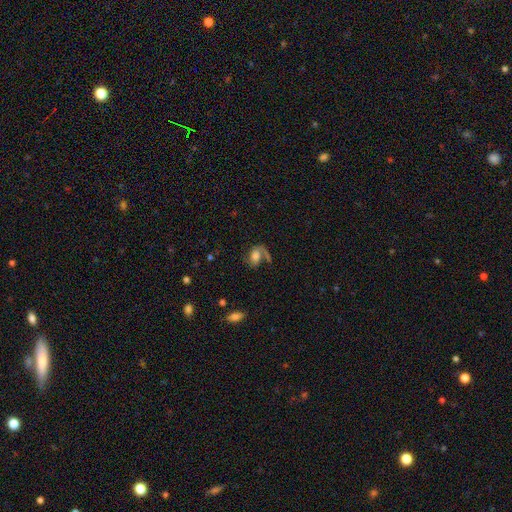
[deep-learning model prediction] Overall: featured or disk (52%; smooth 38%). Edge-on disk: no (96%). Merging: none (42%; major disturbance 28%).